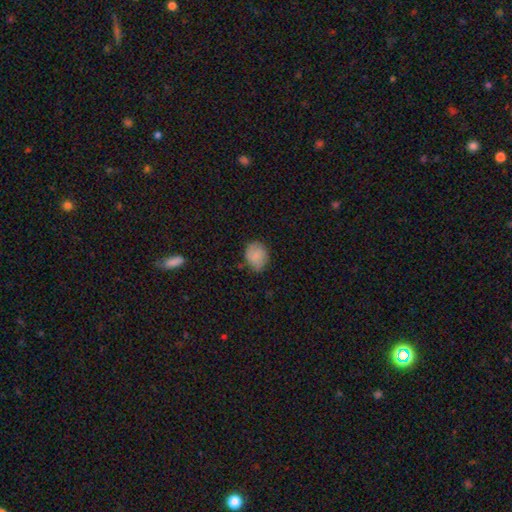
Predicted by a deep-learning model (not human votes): The model was most divided on "how rounded": round: 57%, in between: 42%, cigar-shaped: 1%. More confident: smooth or featured — smooth (78%); merging — none (69%).